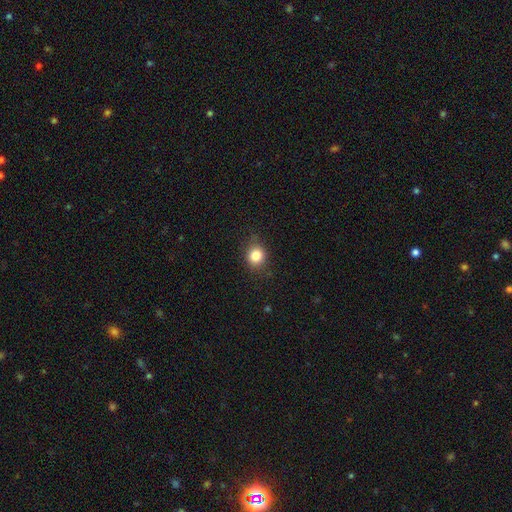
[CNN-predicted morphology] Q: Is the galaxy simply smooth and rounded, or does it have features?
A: smooth — 82%.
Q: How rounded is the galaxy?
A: round — 76%.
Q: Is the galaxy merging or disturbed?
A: none — 84%.